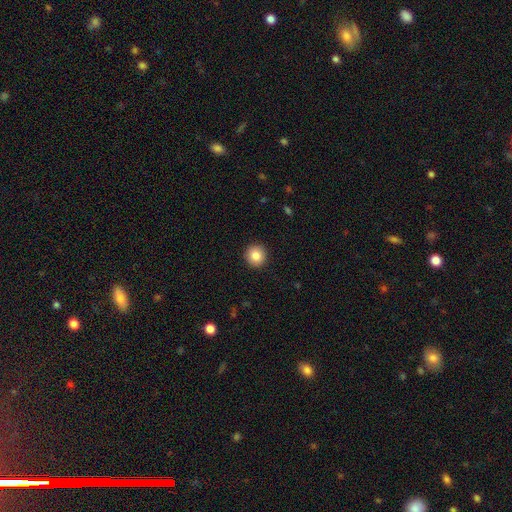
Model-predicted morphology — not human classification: The model was most divided on "smooth or featured": smooth: 85%, star or artifact: 9%, featured or disk: 6%. More confident: how rounded — round (93%); merging — none (92%).